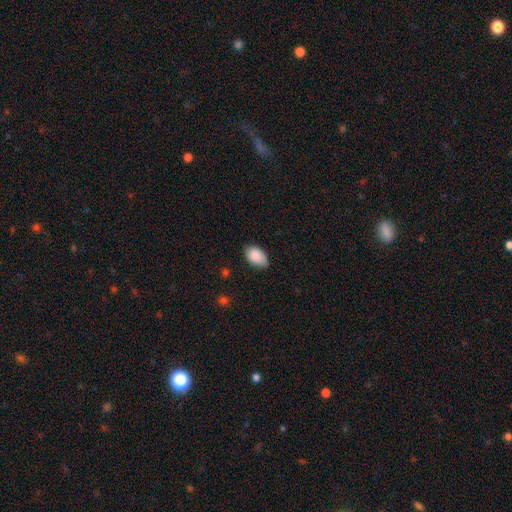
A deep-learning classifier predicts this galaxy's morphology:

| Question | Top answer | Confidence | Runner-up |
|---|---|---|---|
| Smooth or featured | smooth | 86% | star or artifact (7%) |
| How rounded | in between | 91% | round (7%) |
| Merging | none | 73% | minor disturbance (23%) |